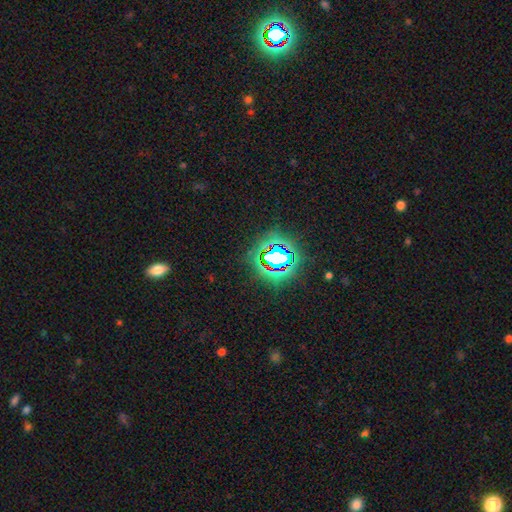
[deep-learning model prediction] Smooth or featured: star or artifact — 79% (smooth — 13%)